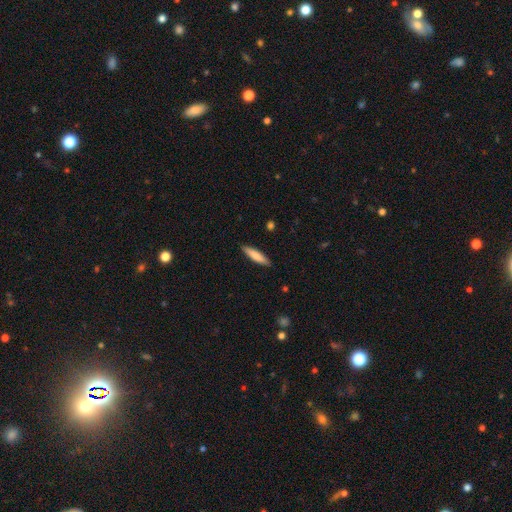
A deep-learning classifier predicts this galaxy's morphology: A smooth galaxy with no disk features (78%) that is cigar-shaped (79%). Merging: none (89%).